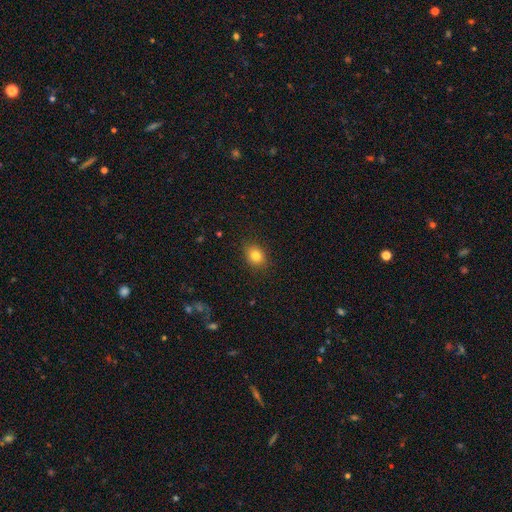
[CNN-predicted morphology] Q: Smooth or featured?
A: smooth (81%); runner-up: star or artifact (11%)
Q: How rounded?
A: round (54%); runner-up: in between (45%)
Q: Merging?
A: none (86%); runner-up: minor disturbance (10%)